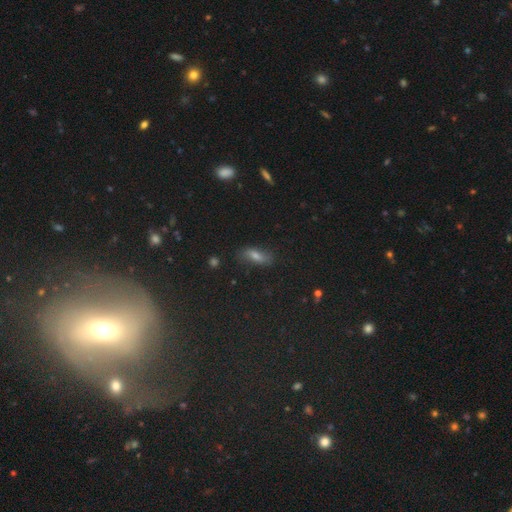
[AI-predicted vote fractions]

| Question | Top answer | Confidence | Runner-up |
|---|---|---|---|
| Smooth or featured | smooth | 60% | featured or disk (20%) |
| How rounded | in between | 73% | cigar-shaped (21%) |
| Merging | none | 74% | minor disturbance (18%) |